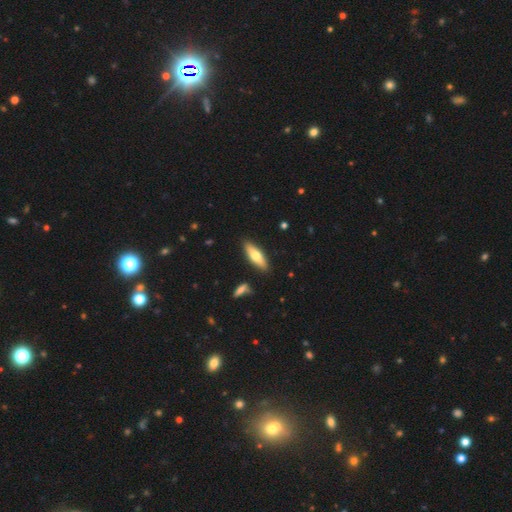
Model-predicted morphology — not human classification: This is possibly a smooth galaxy (60%). How rounded: possibly cigar-shaped (54%). Merging: clearly none (87%).